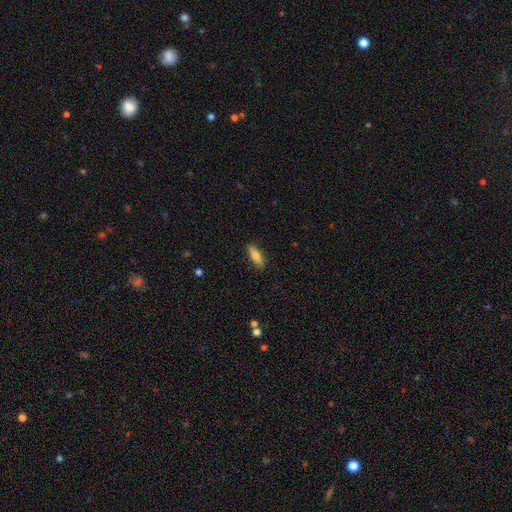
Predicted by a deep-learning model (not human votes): Smooth or featured: smooth — 72% (featured or disk — 21%)
How rounded: in between — 51% (cigar-shaped — 46%)
Merging: none — 88% (minor disturbance — 9%)